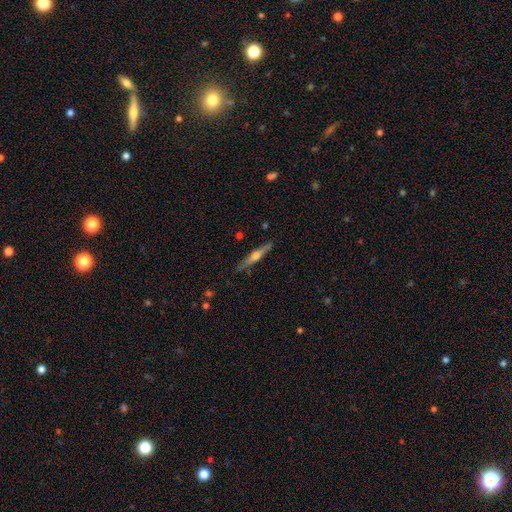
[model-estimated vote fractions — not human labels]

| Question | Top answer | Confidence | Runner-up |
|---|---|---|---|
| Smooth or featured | featured or disk | 60% | smooth (34%) |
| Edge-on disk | yes | 96% | no (4%) |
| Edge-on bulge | rounded | 88% | none (7%) |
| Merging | none | 86% | minor disturbance (10%) |